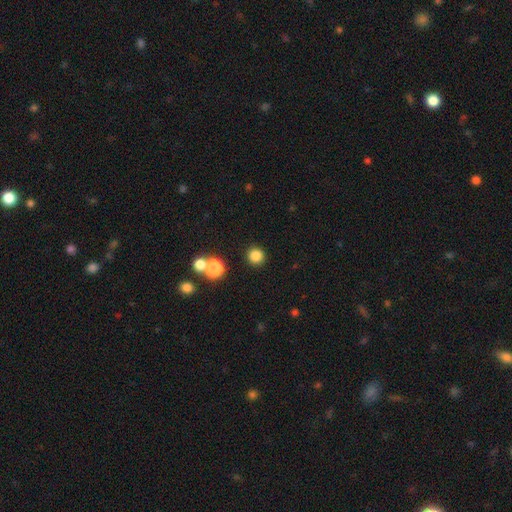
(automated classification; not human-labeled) smooth 83%, star or artifact 13%, featured or disk 4%. Down the decision tree: how rounded — round (93%); merging — none (88%).